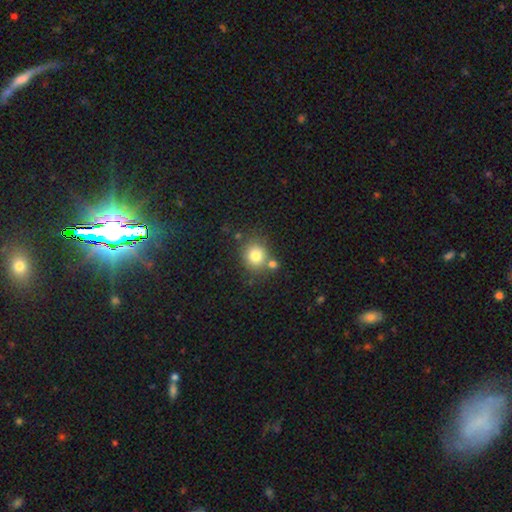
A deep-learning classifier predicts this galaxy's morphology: type=smooth (79%); roundness=round (83%); merging=none (67%).